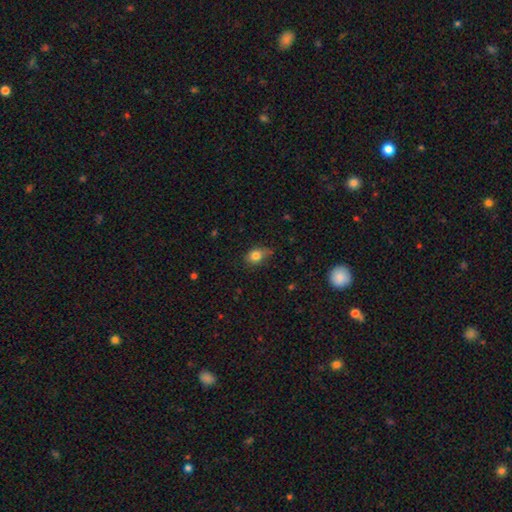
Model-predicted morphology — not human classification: The model was most divided on "how rounded": in between: 60%, round: 38%, cigar-shaped: 2%. More confident: smooth or featured — smooth (81%); merging — none (60%).